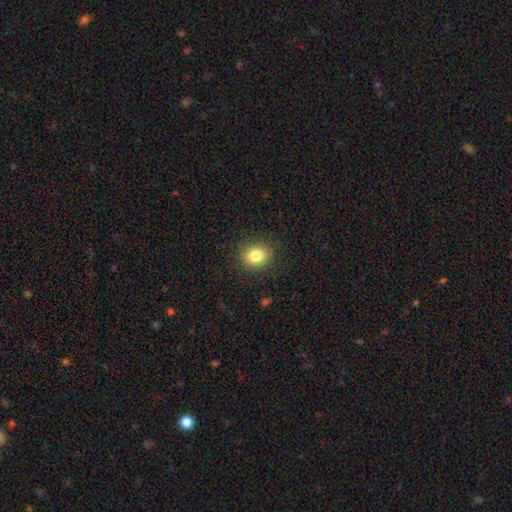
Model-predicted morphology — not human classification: type=smooth (82%); roundness=round (67%); merging=none (86%).